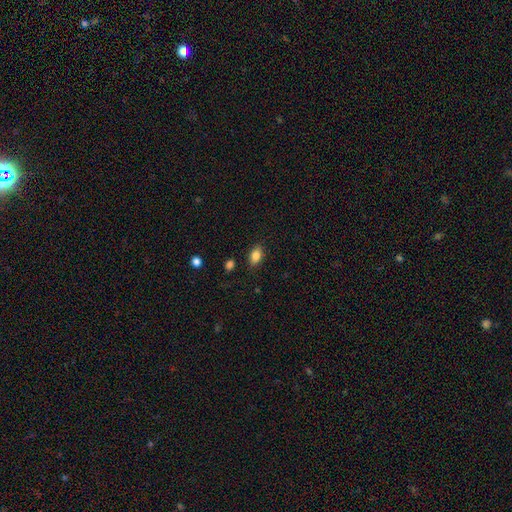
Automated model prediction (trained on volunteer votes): The model was most divided on "merging": none: 84%, minor disturbance: 11%, major disturbance: 3%, merger: 2%. More confident: how rounded — in between (86%); smooth or featured — smooth (85%).